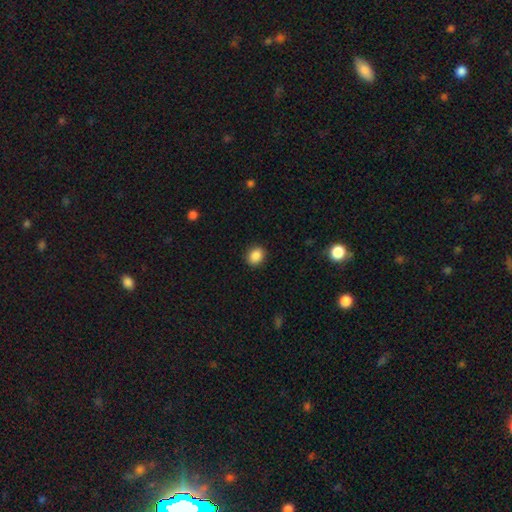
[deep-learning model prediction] smooth-or-featured: smooth: 88% | star or artifact: 9% | featured or disk: 3%
  how-rounded: round: 57% | in between: 42% | cigar-shaped: 1%
  merging: none: 90% | minor disturbance: 7% | major disturbance: 2% | merger: 1%